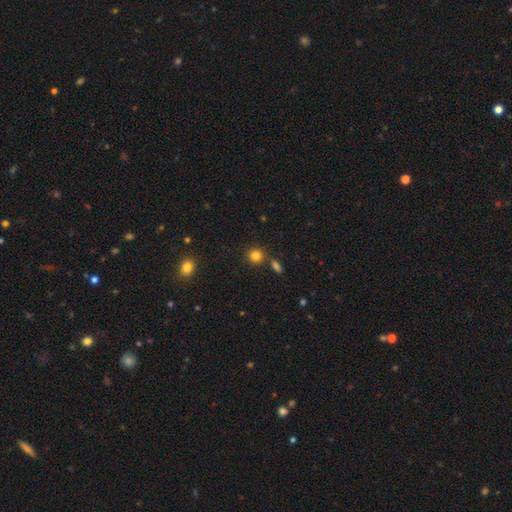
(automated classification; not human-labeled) This is clearly a smooth galaxy (83%). How rounded: clearly round (88%). Merging: clearly none (81%).